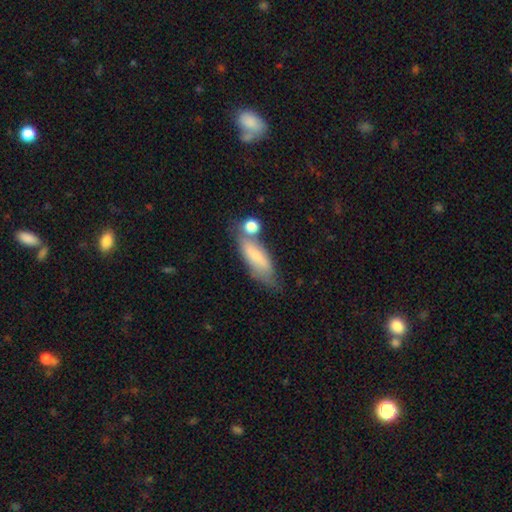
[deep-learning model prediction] A smooth galaxy with no disk features (66%) that is in between round and cigar-shaped (59%). Merging: none (45%).